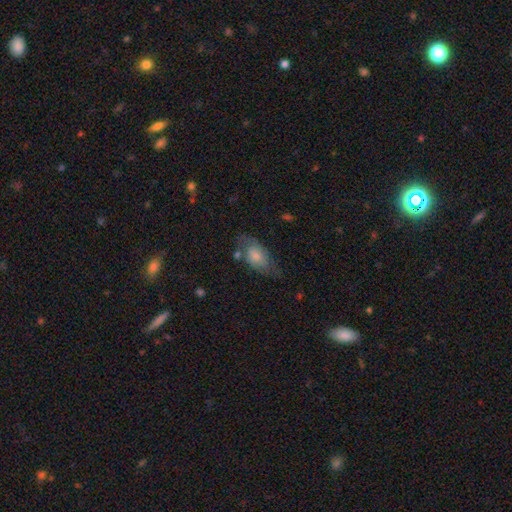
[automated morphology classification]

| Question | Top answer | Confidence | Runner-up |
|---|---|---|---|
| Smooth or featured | smooth | 63% | featured or disk (30%) |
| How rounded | in between | 90% | round (5%) |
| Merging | none | 52% | minor disturbance (28%) |